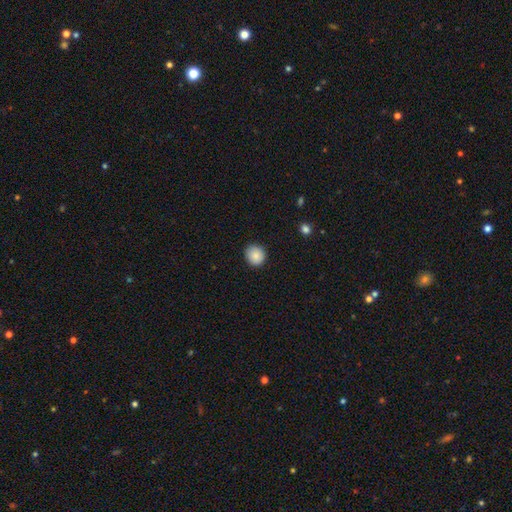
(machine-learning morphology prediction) This appears to be a smooth galaxy with no disk features (86%) that is round (88%). Merging: none (90%).